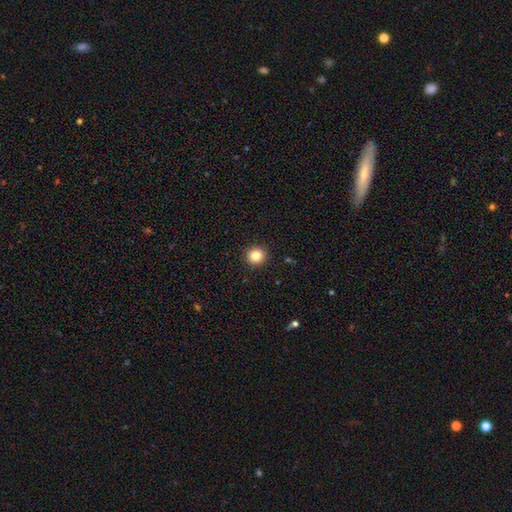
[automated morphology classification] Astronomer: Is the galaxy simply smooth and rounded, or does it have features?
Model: smooth — 84%.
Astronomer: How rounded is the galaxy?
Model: round — 92%.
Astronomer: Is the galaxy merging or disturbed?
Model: none — 93%.